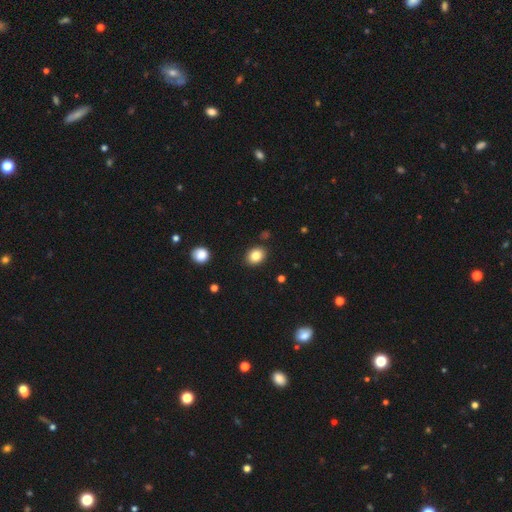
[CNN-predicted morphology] Q: Smooth or featured?
A: smooth (84%); runner-up: star or artifact (10%)
Q: How rounded?
A: in between (55%); runner-up: round (44%)
Q: Merging?
A: none (88%); runner-up: minor disturbance (8%)